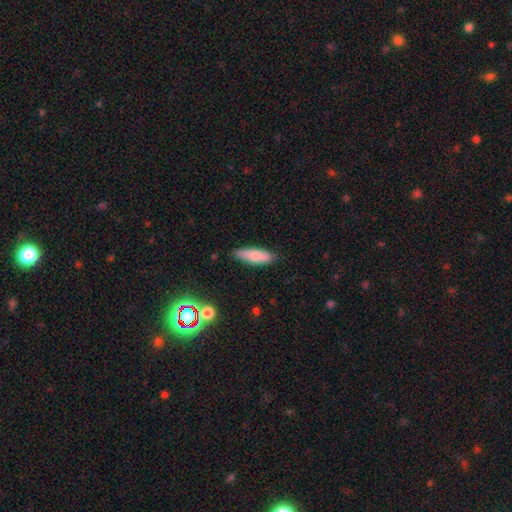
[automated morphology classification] This appears to be a smooth galaxy with no disk features (78%) that is in between round and cigar-shaped (51%). Merging: none (81%).